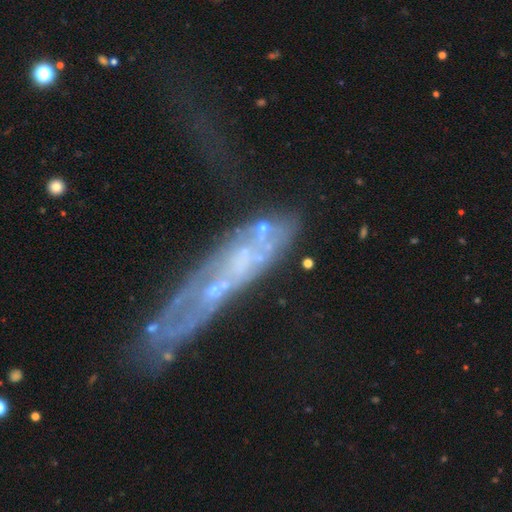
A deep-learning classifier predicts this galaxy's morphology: A featured or disk galaxy (65%).

Vote fractions:
- Smooth or featured? featured or disk: 65% / smooth: 24% / star or artifact: 11%
- Edge-on disk? no: 62% / yes: 38%
- Merging? none: 39% / major disturbance: 27% / minor disturbance: 23% / merger: 11%